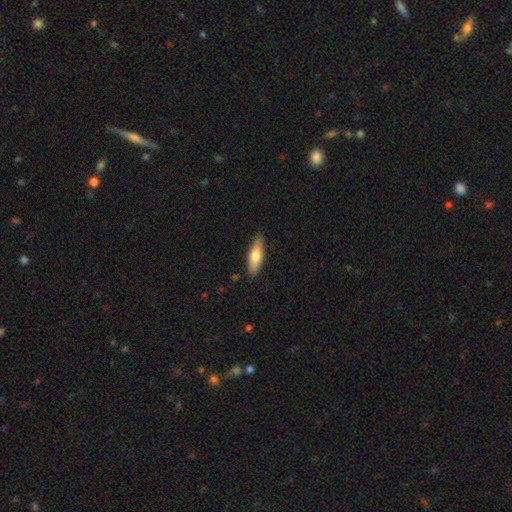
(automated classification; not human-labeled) Morphology: type=smooth (66%); roundness=cigar-shaped (52%); merging=none (87%).